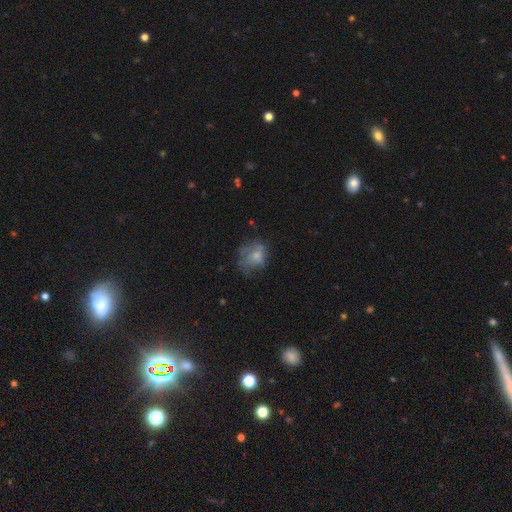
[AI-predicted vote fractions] A smooth galaxy with no disk features (54%) that is round (57%).

Vote fractions:
- Smooth or featured? smooth: 54% / featured or disk: 34% / star or artifact: 12%
- How rounded? round: 57% / in between: 42% / cigar-shaped: 1%
- Merging? none: 42% / major disturbance: 30% / minor disturbance: 26% / merger: 2%